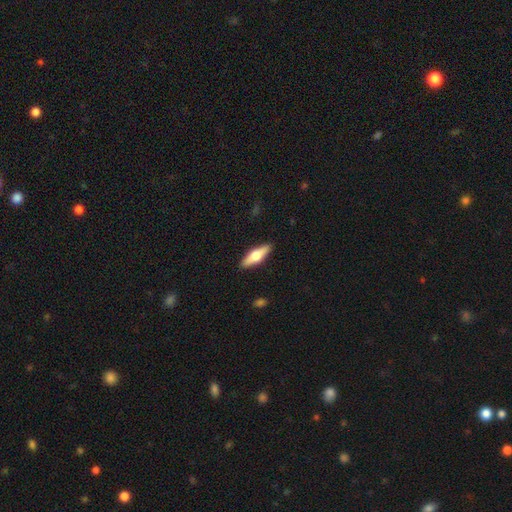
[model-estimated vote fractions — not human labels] smooth_or_featured: smooth (p=0.48) [alt: featured or disk p=0.47]
merging: none (p=0.90) [alt: minor disturbance p=0.07]